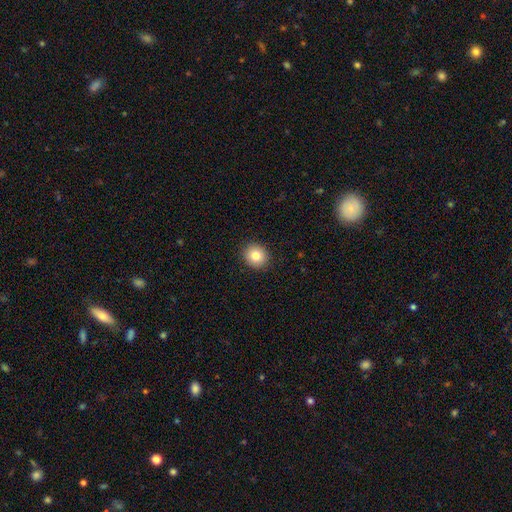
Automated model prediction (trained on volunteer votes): Overall: smooth (83%). How rounded: round (84%). Merging: none (91%).